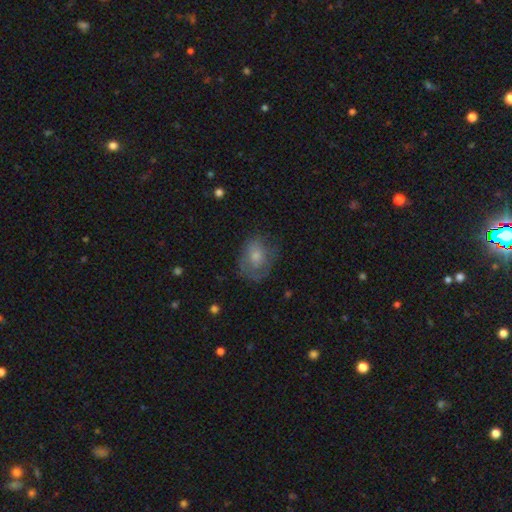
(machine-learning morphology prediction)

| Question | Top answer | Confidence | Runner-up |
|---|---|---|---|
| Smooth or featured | smooth | 49% | featured or disk (38%) |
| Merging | none | 64% | minor disturbance (22%) |